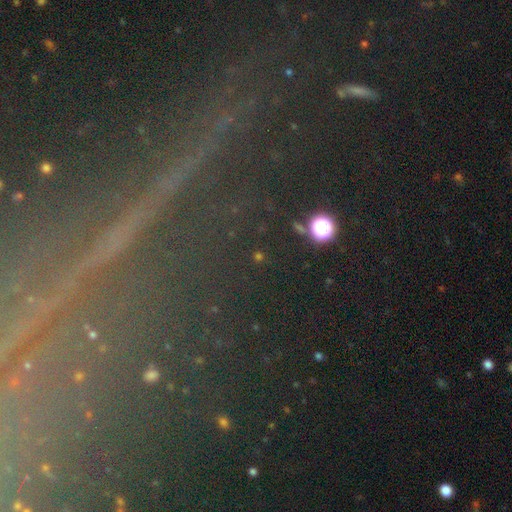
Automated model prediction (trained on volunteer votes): smooth_or_featured: star or artifact (p=0.76) [alt: smooth p=0.12]